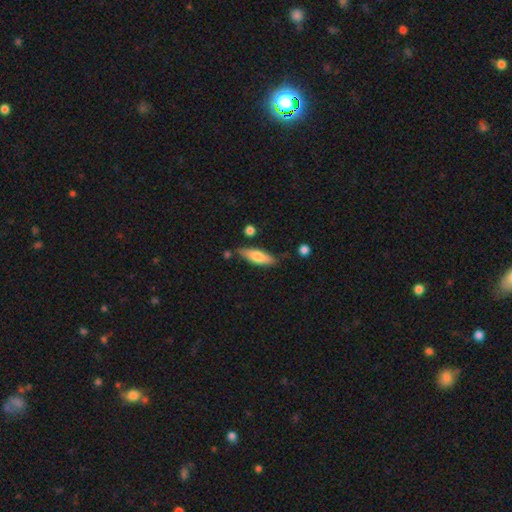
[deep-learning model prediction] A smooth galaxy with no disk features (66%) that is cigar-shaped (54%).

Vote fractions:
- Smooth or featured? smooth: 66% / featured or disk: 28% / star or artifact: 6%
- How rounded? cigar-shaped: 54% / in between: 44% / round: 2%
- Merging? none: 76% / minor disturbance: 16% / merger: 5% / major disturbance: 3%